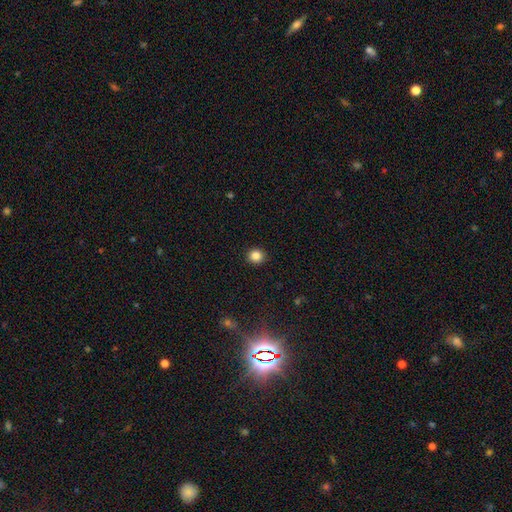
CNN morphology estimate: Smooth or featured?
  - smooth: 85% *
  - star or artifact: 11%
  - featured or disk: 4%
How rounded?
  - round: 89% *
  - in between: 10%
  - cigar-shaped: 1%
Merging?
  - none: 92% *
  - minor disturbance: 5%
  - major disturbance: 2%
  - merger: 1%